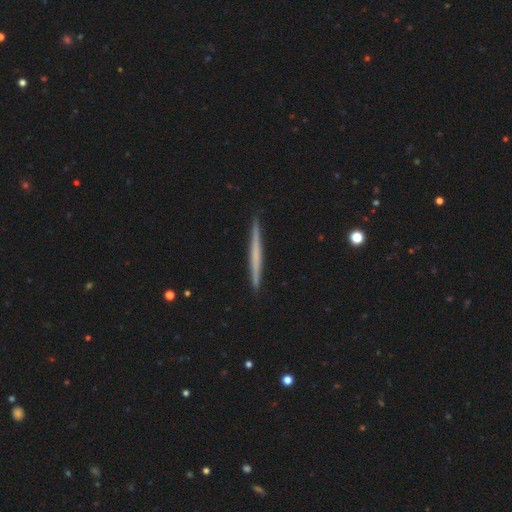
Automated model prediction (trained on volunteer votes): This is possibly a featured or disk galaxy (51%). It is clearly viewed edge-on (98%). Merging: clearly none (92%).